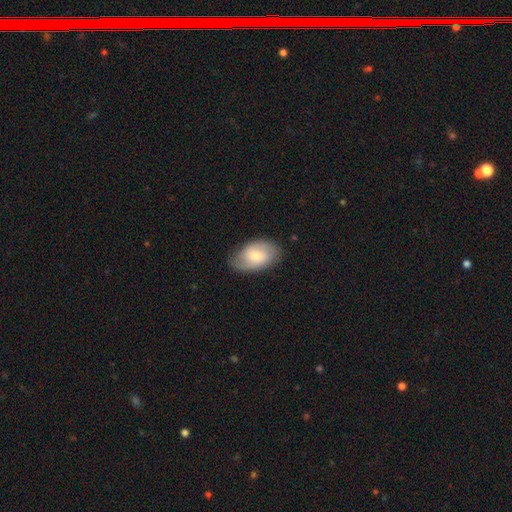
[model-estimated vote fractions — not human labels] Smooth or featured: smooth — 54% (featured or disk — 40%)
How rounded: in between — 90% (round — 9%)
Merging: none — 77% (minor disturbance — 18%)